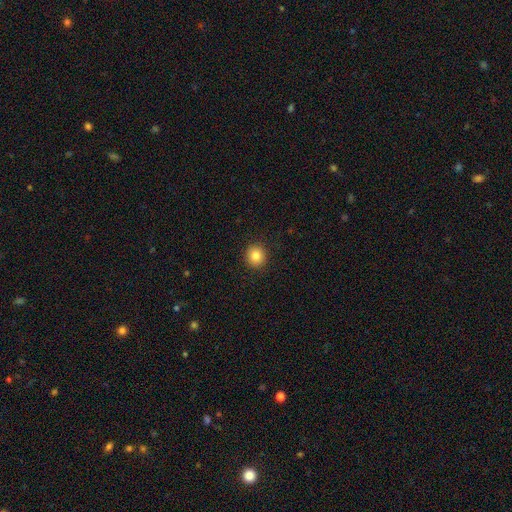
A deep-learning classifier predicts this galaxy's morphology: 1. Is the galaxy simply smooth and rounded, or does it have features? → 84% smooth, 11% star or artifact, 6% featured or disk.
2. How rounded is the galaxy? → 90% round, 9% in between, 1% cigar-shaped.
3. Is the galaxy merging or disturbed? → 92% none, 5% minor disturbance, 2% major disturbance, 1% merger.